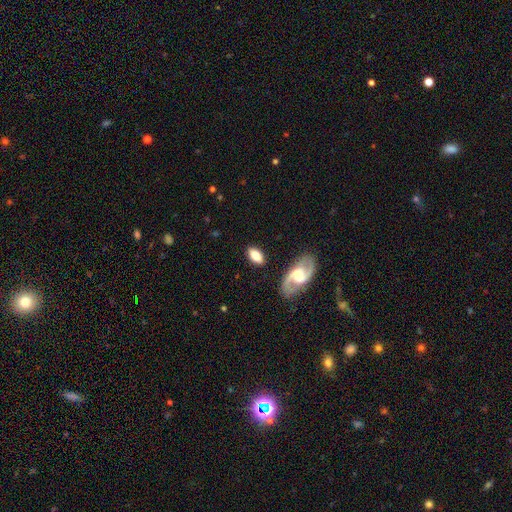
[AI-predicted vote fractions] Morphology: type=smooth (66%); roundness=in between (89%); merging=none (82%).